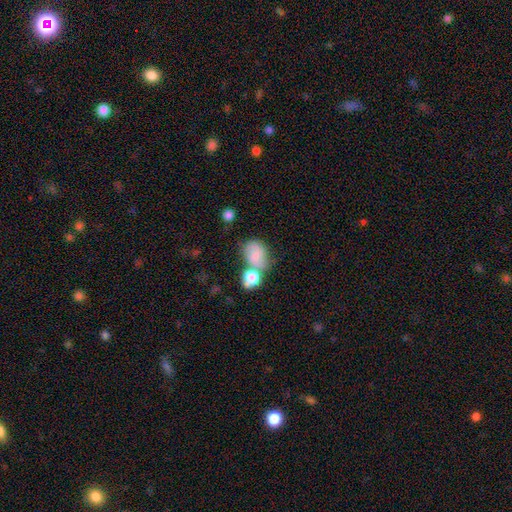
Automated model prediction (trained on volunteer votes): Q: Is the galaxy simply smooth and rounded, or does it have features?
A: smooth — 60%.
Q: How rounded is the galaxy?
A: in between — 55%.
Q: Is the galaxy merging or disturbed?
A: merger — 39%.